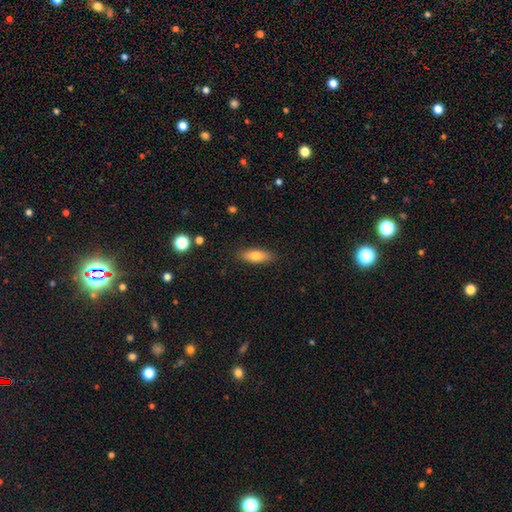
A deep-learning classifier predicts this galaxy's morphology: This appears to be a smooth galaxy with no disk features (76%) that is in between round and cigar-shaped (62%). Merging: none (87%).